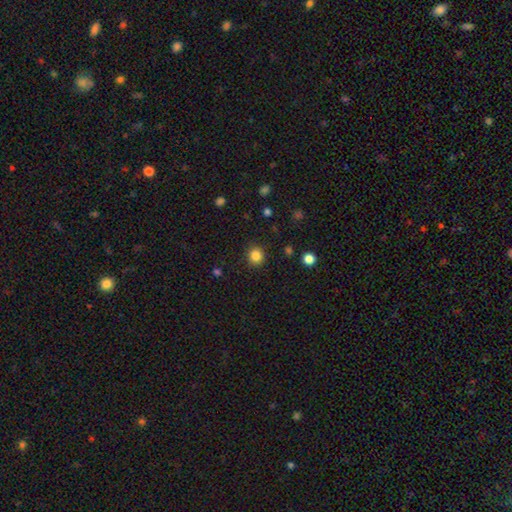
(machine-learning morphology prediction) Q: Smooth or featured?
A: smooth (84%); runner-up: star or artifact (12%)
Q: How rounded?
A: round (88%); runner-up: in between (11%)
Q: Merging?
A: none (90%); runner-up: minor disturbance (7%)